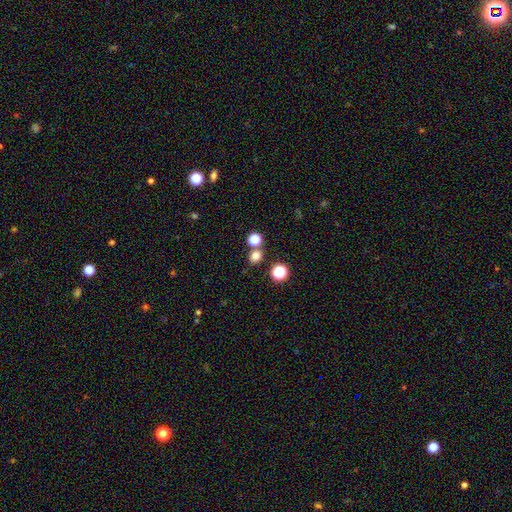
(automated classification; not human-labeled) Smooth or featured?
  - smooth: 74% *
  - star or artifact: 20%
  - featured or disk: 6%
How rounded?
  - round: 71% *
  - in between: 28%
  - cigar-shaped: 1%
Merging?
  - none: 73% *
  - merger: 17%
  - minor disturbance: 7%
  - major disturbance: 3%